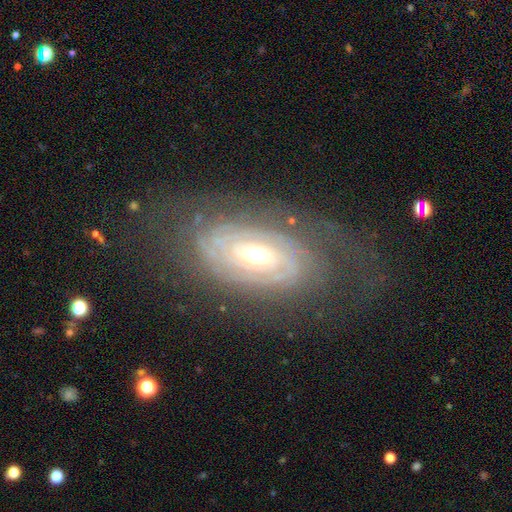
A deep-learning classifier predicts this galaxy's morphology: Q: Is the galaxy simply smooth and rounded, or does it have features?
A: featured or disk — 84%.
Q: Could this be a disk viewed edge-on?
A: no — 93%.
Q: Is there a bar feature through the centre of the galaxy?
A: no — 52%.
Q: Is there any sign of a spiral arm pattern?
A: yes — 89%.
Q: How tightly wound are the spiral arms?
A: tight — 74%.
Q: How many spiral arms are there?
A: can't tell — 44%.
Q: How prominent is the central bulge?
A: moderate — 69%.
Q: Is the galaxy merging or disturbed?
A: none — 68%.